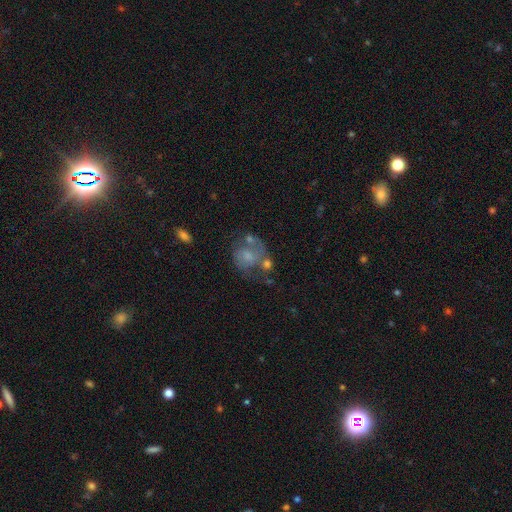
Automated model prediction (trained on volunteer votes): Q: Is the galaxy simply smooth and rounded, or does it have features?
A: featured or disk — 52%.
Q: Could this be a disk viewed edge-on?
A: no — 97%.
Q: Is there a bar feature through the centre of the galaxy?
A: no — 78%.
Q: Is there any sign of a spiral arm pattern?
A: yes — 60%.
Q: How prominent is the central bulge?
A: small — 42%.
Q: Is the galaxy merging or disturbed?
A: none — 47%.